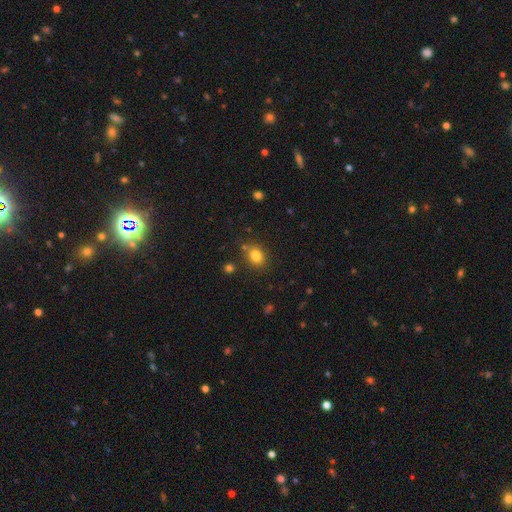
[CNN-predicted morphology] Smooth or featured: smooth — 81% (star or artifact — 12%)
How rounded: round — 52% (in between — 47%)
Merging: none — 78% (minor disturbance — 12%)